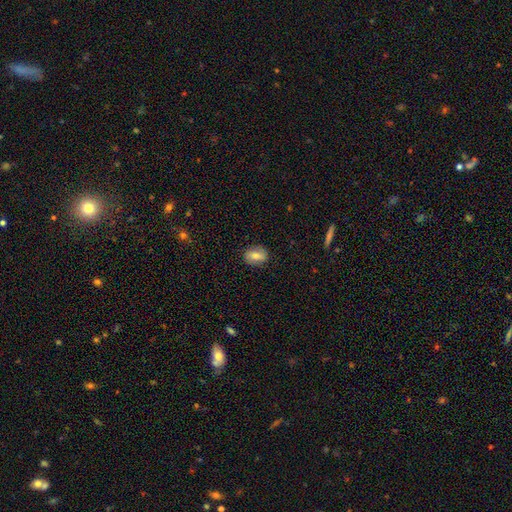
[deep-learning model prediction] A smooth galaxy with no disk features (65%) that is in between round and cigar-shaped (67%).

Vote fractions:
- Smooth or featured? smooth: 65% / featured or disk: 27% / star or artifact: 8%
- How rounded? in between: 67% / round: 31% / cigar-shaped: 2%
- Merging? none: 85% / minor disturbance: 11% / major disturbance: 3% / merger: 1%